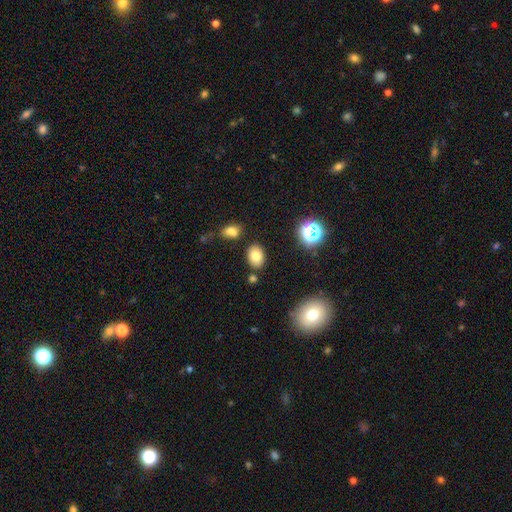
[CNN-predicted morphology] smooth-or-featured: smooth: 79% | star or artifact: 12% | featured or disk: 9%
  how-rounded: in between: 77% | round: 22% | cigar-shaped: 1%
  merging: none: 81% | minor disturbance: 10% | merger: 6% | major disturbance: 3%